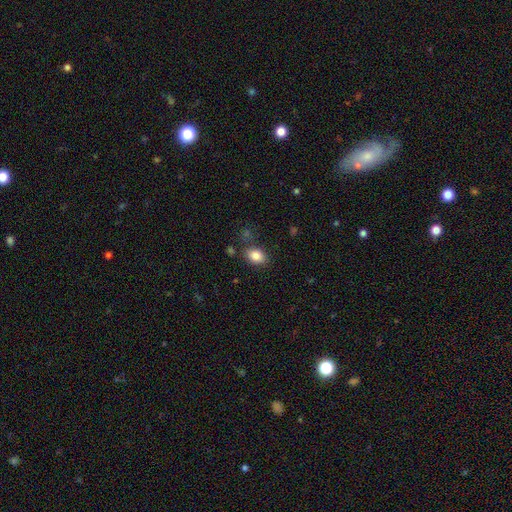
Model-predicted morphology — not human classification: Smooth or featured: smooth — 85% (star or artifact — 9%)
How rounded: in between — 73% (round — 25%)
Merging: none — 79% (minor disturbance — 13%)